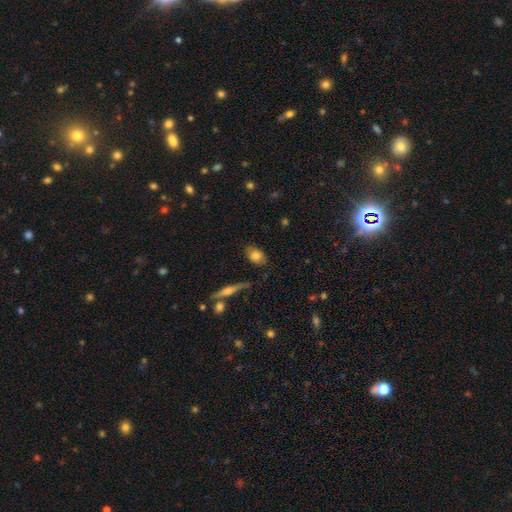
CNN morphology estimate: This appears to be a smooth galaxy with no disk features (75%) that is in between round and cigar-shaped (83%). Merging: none (79%).